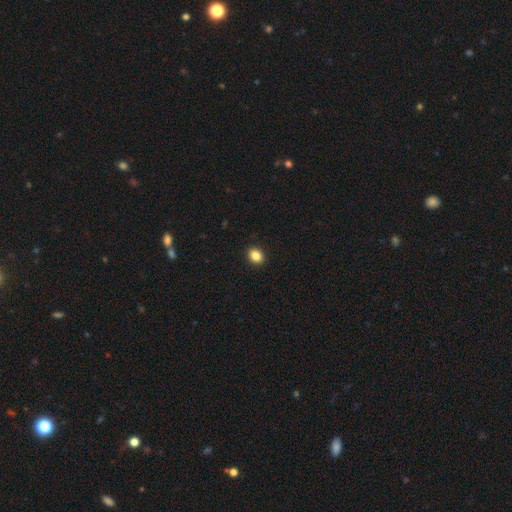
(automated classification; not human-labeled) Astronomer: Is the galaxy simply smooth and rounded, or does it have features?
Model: smooth — 86%.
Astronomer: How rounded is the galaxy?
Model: round — 51% (runner-up: in between, 48%).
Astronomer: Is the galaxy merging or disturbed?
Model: none — 92%.